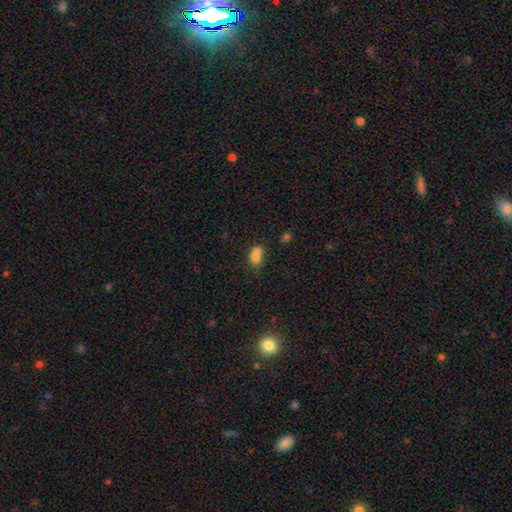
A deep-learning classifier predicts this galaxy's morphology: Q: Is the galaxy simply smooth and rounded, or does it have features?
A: smooth — 76%.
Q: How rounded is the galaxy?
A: in between — 74%.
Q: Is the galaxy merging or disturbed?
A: merger — 35%.